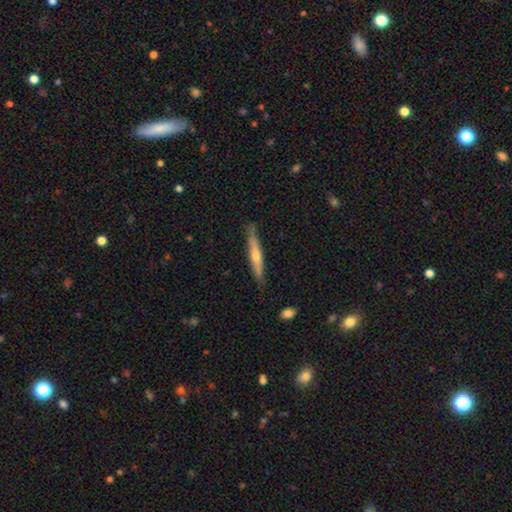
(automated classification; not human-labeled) Smooth or featured?
  - featured or disk: 56% *
  - smooth: 39%
  - star or artifact: 6%
Edge-on disk?
  - yes: 95% *
  - no: 5%
Edge-on bulge?
  - rounded: 79% *
  - none: 17%
  - boxy: 4%
Merging?
  - none: 85% *
  - minor disturbance: 12%
  - major disturbance: 2%
  - merger: 2%